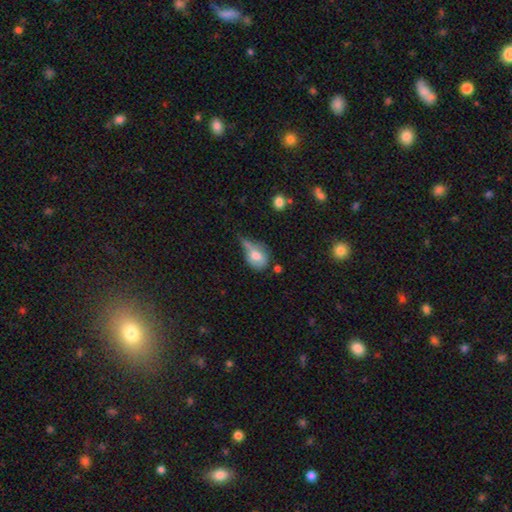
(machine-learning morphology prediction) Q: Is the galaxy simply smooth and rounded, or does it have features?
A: smooth — 69%.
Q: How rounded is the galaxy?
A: in between — 60%.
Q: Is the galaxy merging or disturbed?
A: minor disturbance — 34%.